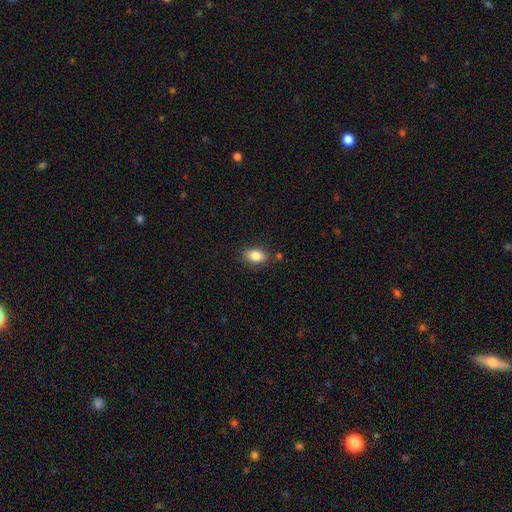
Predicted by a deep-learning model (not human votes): smooth_or_featured: smooth (p=0.85) [alt: star or artifact p=0.08]
how_rounded: in between (p=0.86) [alt: round p=0.12]
merging: none (p=0.82) [alt: minor disturbance p=0.12]